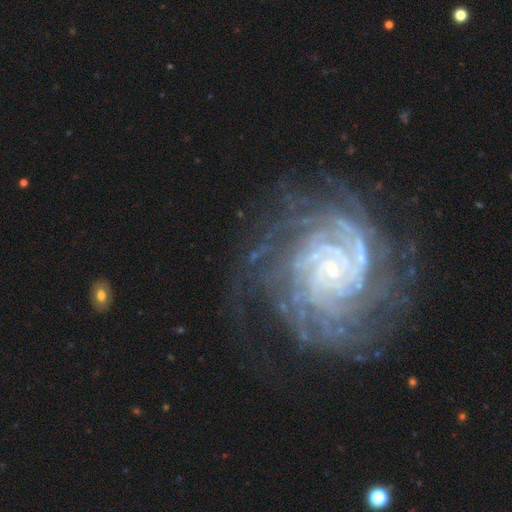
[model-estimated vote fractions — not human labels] A featured or disk galaxy (89%) with no bar (71%), more than 4 (35%) tight (81%) spiral arms (98%) and a small central bulge (85%).

Vote fractions:
- Smooth or featured? featured or disk: 89% / star or artifact: 7% / smooth: 4%
- Edge-on disk? no: 98% / yes: 2%
- Bar? no: 71% / weak: 20% / strong: 9%
- Spiral arms? yes: 98% / no: 2%
- Spiral winding? tight: 81% / medium: 16% / loose: 3%
- Spiral arm count? more than 4: 35% / can't tell: 17% / 4: 17% / 3: 11% / 2: 10% / 1: 9%
- Bulge size? small: 85% / moderate: 9% / none: 3% / large: 1% / dominant: 1%
- Merging? none: 72% / minor disturbance: 15% / major disturbance: 10% / merger: 3%